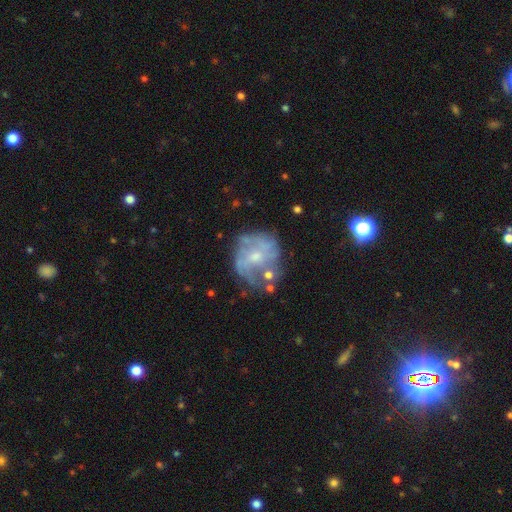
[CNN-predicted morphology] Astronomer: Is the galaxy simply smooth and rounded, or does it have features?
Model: featured or disk — 68%.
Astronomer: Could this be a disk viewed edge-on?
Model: no — 97%.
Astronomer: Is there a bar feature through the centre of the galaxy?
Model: no — 65%.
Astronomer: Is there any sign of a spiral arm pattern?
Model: yes — 56% (runner-up: no, 44%).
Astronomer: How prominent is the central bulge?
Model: small — 55% (runner-up: moderate, 36%).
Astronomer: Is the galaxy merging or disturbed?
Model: none — 56%.